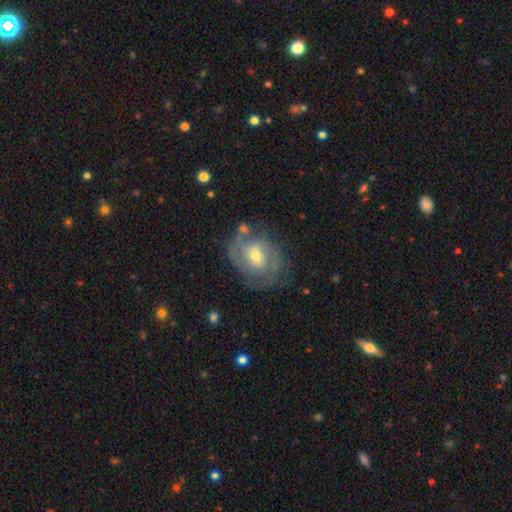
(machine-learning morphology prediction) A featured or disk galaxy (77%) with no bar (46%), 2 (53%) tight (48%) spiral arms (85%) and a moderate central bulge (51%). Merging: none (62%).